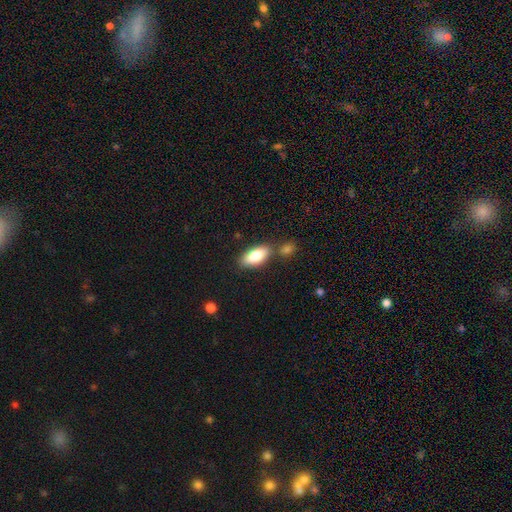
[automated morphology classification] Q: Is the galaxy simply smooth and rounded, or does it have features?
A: smooth — 83%.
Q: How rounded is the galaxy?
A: in between — 87%.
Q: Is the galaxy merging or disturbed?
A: none — 72%.